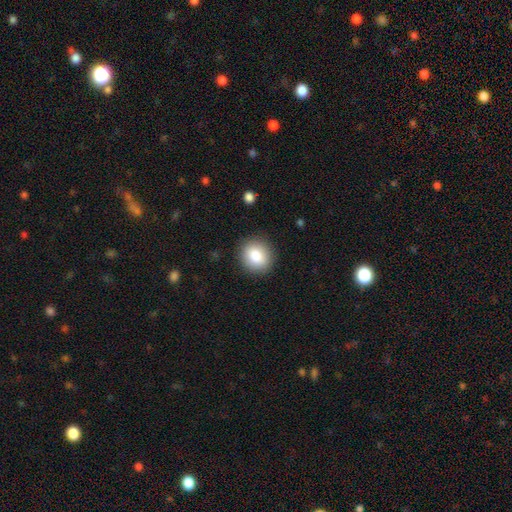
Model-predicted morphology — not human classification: This is clearly a smooth galaxy (85%). How rounded: likely round (78%). Merging: clearly none (89%).